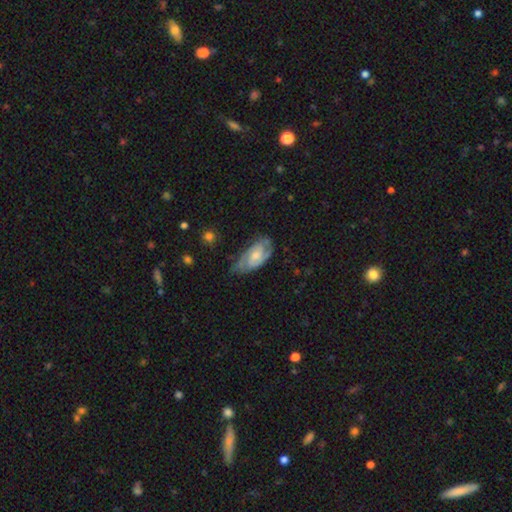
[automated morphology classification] The model was most divided on "bulge size": moderate: 46%, small: 38%, large: 8%, none: 6%, dominant: 1%. Remaining: edge-on disk — no (93%); spiral arms — yes (84%); smooth or featured — featured or disk (65%); bar — no (64%); spiral arm count — 2 (55%); merging — none (53%); spiral winding — tight (48%).